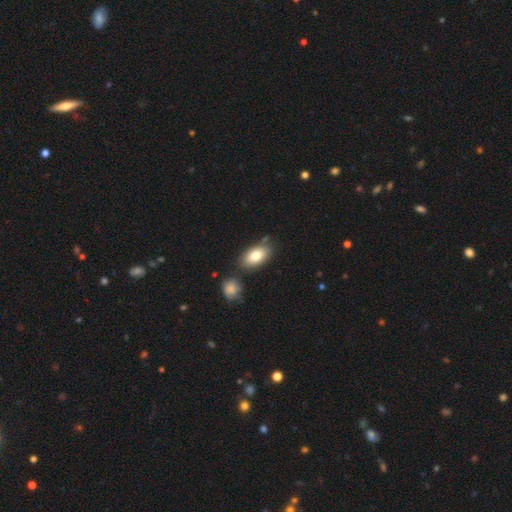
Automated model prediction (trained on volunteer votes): A smooth galaxy with no disk features (80%) that is in between round and cigar-shaped (92%).

Vote fractions:
- Smooth or featured? smooth: 80% / featured or disk: 13% / star or artifact: 7%
- How rounded? in between: 92% / round: 5% / cigar-shaped: 2%
- Merging? none: 72% / minor disturbance: 14% / merger: 12% / major disturbance: 3%